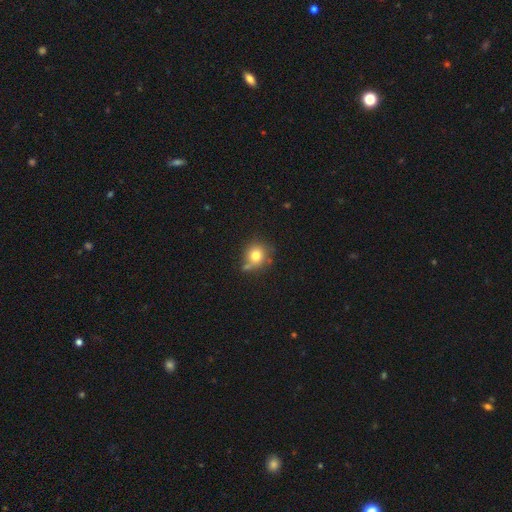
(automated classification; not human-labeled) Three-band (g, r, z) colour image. It shows a smooth galaxy with no disk features (77%) that is round (82%). Merging: none (59%).